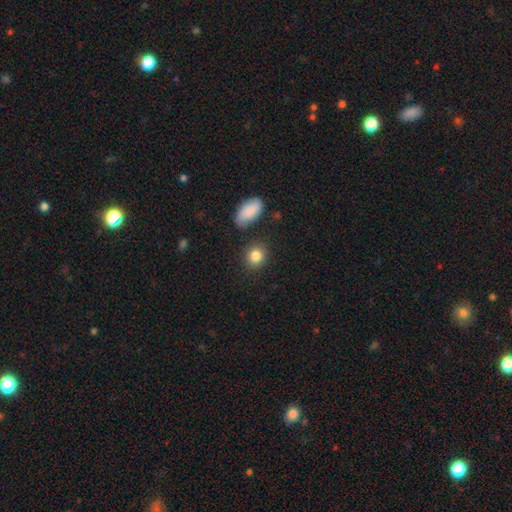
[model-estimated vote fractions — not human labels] The model was most divided on "how rounded": round: 70%, in between: 28%, cigar-shaped: 1%. More confident: smooth or featured — smooth (85%); merging — none (84%).